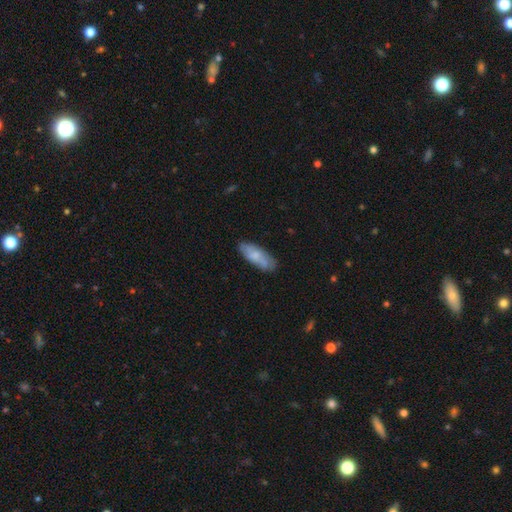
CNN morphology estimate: This appears to be a smooth galaxy with no disk features (67%) that is in between round and cigar-shaped (68%). Merging: none (74%).